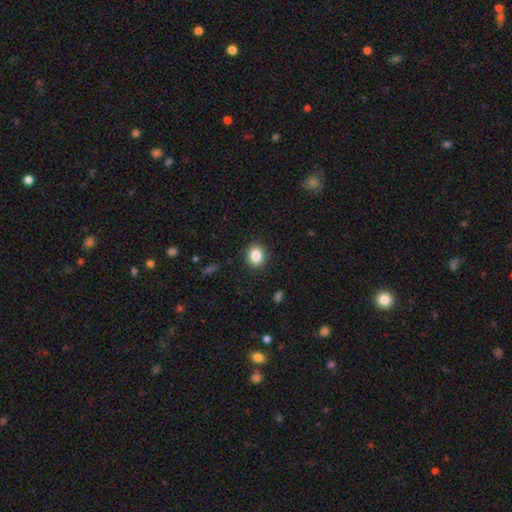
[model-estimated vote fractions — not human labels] Overall: smooth (85%). How rounded: round (64%; in between 35%). Merging: none (89%).